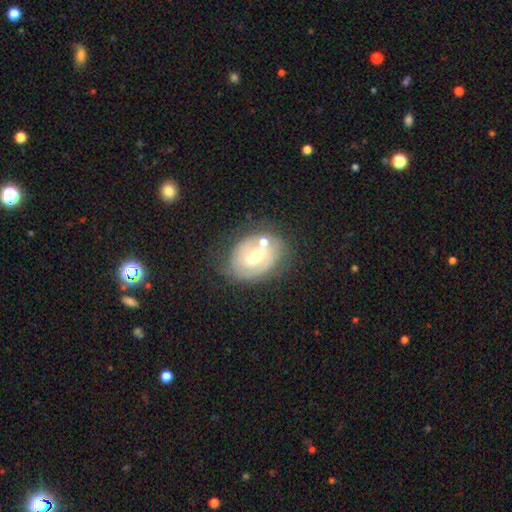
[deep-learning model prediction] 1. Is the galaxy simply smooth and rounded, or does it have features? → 71% featured or disk, 22% smooth, 7% star or artifact.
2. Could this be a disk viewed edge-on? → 95% no, 5% yes.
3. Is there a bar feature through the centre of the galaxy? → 44% weak, 38% strong, 18% no.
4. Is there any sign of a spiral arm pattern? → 67% yes, 33% no.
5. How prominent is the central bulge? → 63% moderate, 24% small, 10% large, 2% none, 1% dominant.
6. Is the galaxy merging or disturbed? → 55% none, 21% minor disturbance, 13% merger, 11% major disturbance.